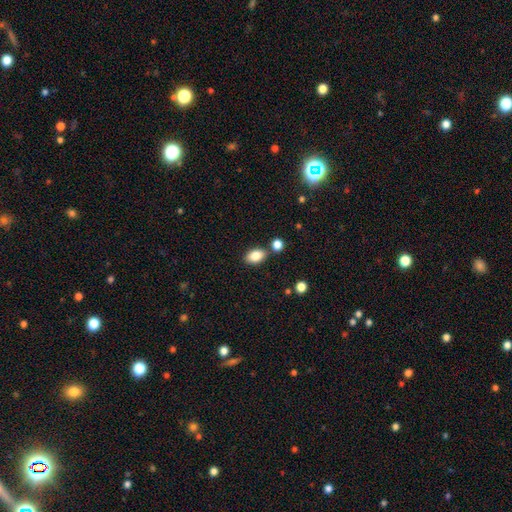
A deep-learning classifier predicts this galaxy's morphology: This appears to be a smooth galaxy with no disk features (85%) that is in between round and cigar-shaped (88%). Merging: none (77%).